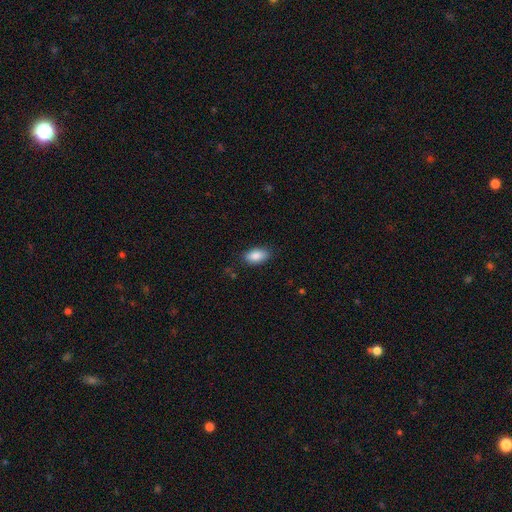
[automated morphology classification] Smooth or featured?
  - smooth: 87% *
  - star or artifact: 7%
  - featured or disk: 6%
How rounded?
  - in between: 92% *
  - round: 5%
  - cigar-shaped: 3%
Merging?
  - none: 84% *
  - minor disturbance: 12%
  - major disturbance: 3%
  - merger: 1%